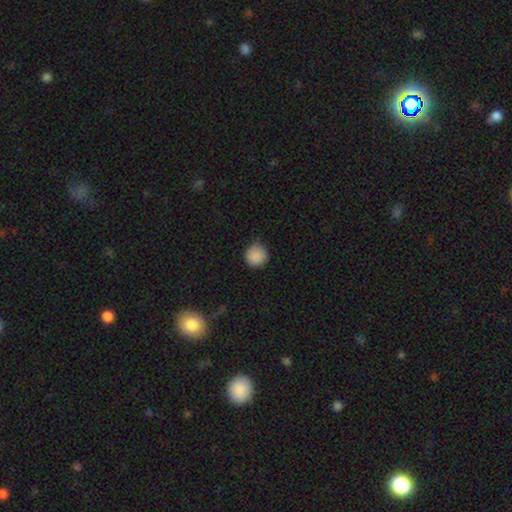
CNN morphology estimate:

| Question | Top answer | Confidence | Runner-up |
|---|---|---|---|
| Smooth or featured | smooth | 88% | star or artifact (9%) |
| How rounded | round | 93% | in between (6%) |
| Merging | none | 84% | minor disturbance (13%) |